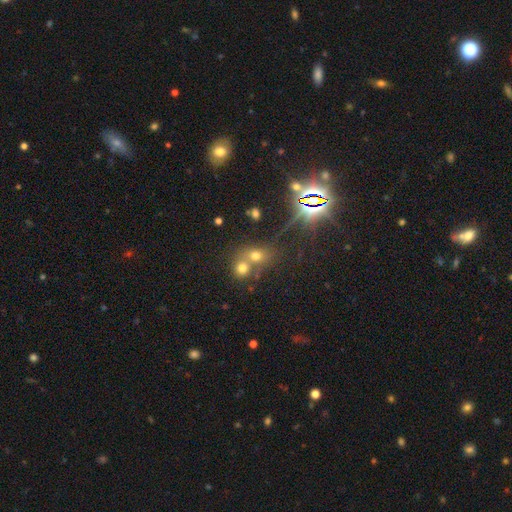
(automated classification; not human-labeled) This is likely a smooth galaxy (62%). How rounded: likely round (66%). Merging: possibly merger (51%).